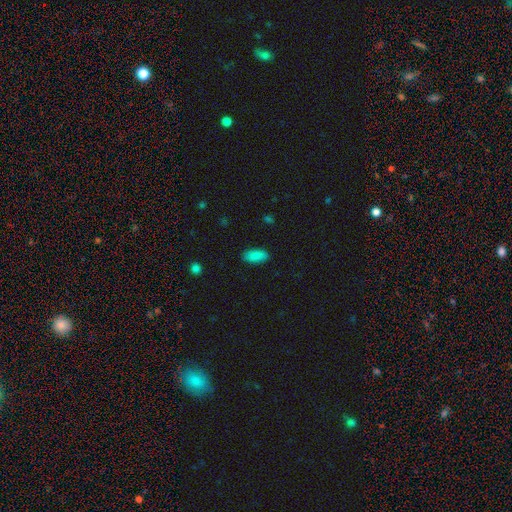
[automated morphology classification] This is clearly a smooth galaxy (88%). How rounded: clearly in between (91%). Merging: clearly none (88%).